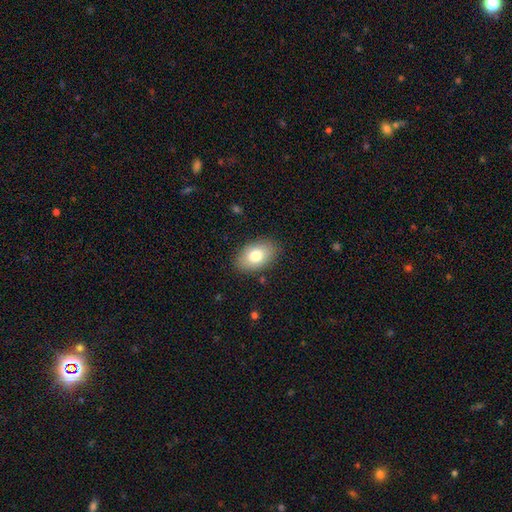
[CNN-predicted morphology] Overall: smooth (78%). How rounded: in between (89%). Merging: none (86%).